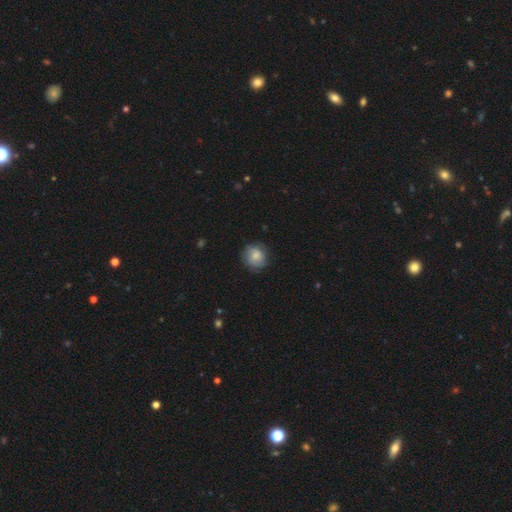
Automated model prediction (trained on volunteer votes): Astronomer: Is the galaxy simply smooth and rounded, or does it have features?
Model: smooth — 72%.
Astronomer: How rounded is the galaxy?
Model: round — 86%.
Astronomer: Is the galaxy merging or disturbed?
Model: none — 76%.